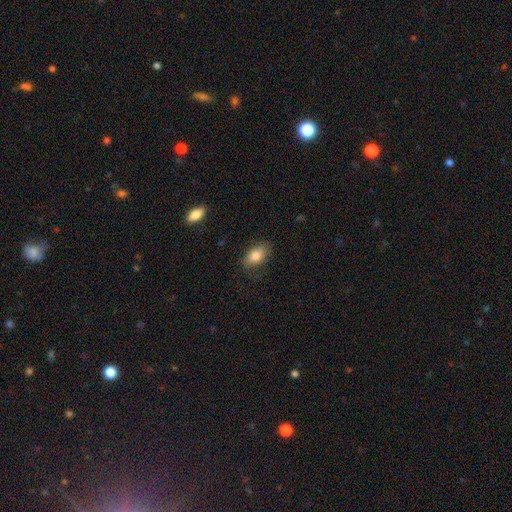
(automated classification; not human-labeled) smooth-or-featured: smooth: 82% | featured or disk: 10% | star or artifact: 7%
  how-rounded: in between: 90% | round: 8% | cigar-shaped: 3%
  merging: none: 81% | minor disturbance: 14% | major disturbance: 4% | merger: 1%